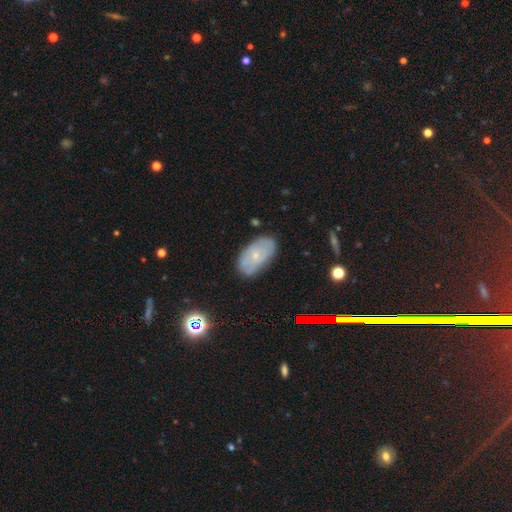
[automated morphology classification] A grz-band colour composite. It shows a featured or disk galaxy (46%). Merging: none (77%).